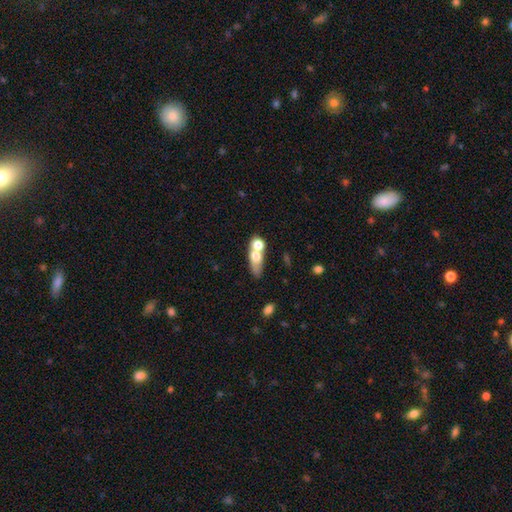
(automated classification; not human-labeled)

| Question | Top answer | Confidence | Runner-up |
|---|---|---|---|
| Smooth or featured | smooth | 64% | featured or disk (26%) |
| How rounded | in between | 57% | cigar-shaped (22%) |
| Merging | merger | 48% | none (32%) |